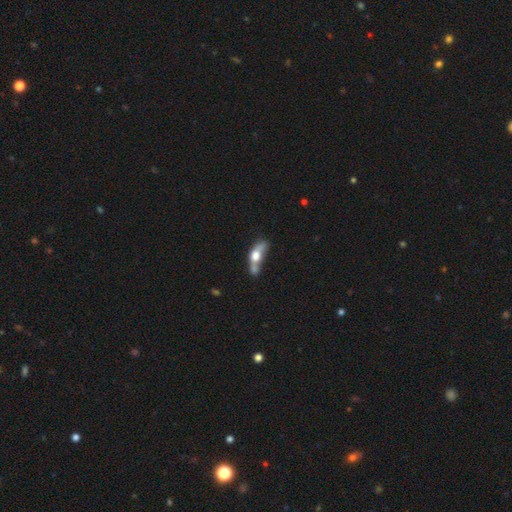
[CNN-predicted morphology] smooth-or-featured: smooth: 51% | featured or disk: 39% | star or artifact: 9%
  how-rounded: in between: 59% | cigar-shaped: 30% | round: 11%
  merging: merger: 39% | none: 23% | major disturbance: 21% | minor disturbance: 17%